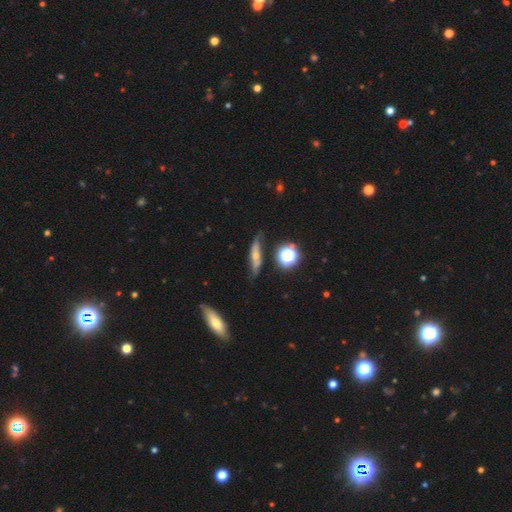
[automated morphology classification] Q: Smooth or featured?
A: featured or disk (49%); runner-up: smooth (38%)
Q: Merging?
A: none (63%); runner-up: minor disturbance (25%)